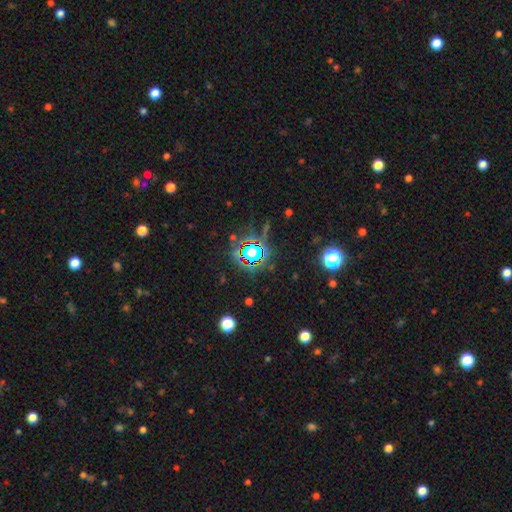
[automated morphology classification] This is likely a star or artifact rather than a galaxy (68%).